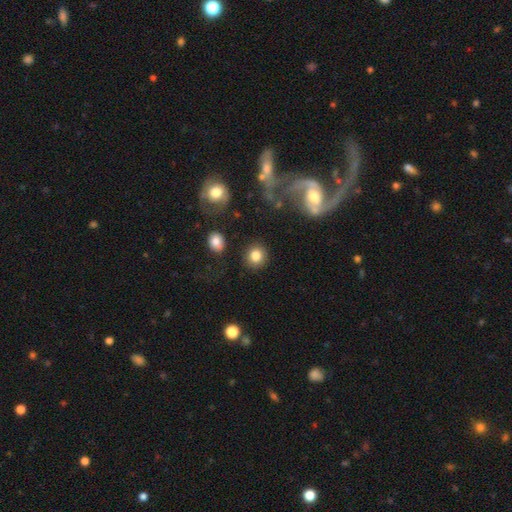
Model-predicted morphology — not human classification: smooth-or-featured: smooth: 84% | star or artifact: 9% | featured or disk: 7%
  how-rounded: round: 85% | in between: 14% | cigar-shaped: 1%
  merging: none: 88% | minor disturbance: 7% | major disturbance: 3% | merger: 2%